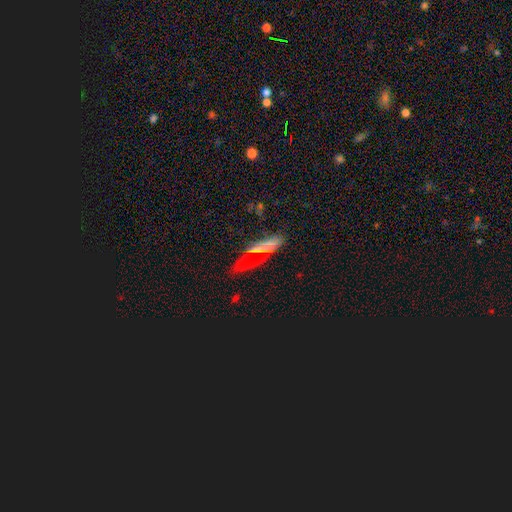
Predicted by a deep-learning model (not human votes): Smooth or featured: smooth — 62% (featured or disk — 21%)
How rounded: cigar-shaped — 61% (in between — 33%)
Merging: none — 77% (minor disturbance — 15%)